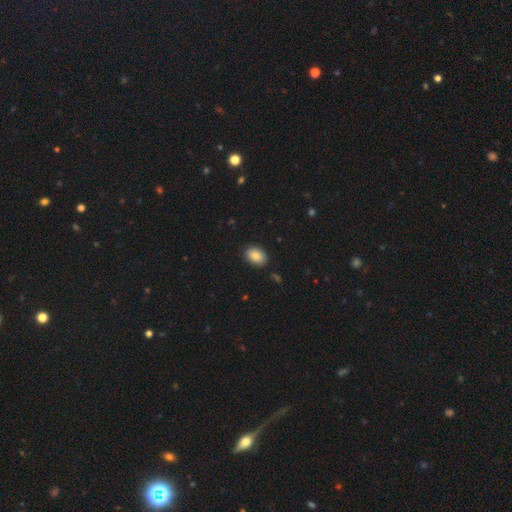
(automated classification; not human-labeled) This appears to be a smooth galaxy with no disk features (87%) that is in between round and cigar-shaped (81%). Merging: none (88%).